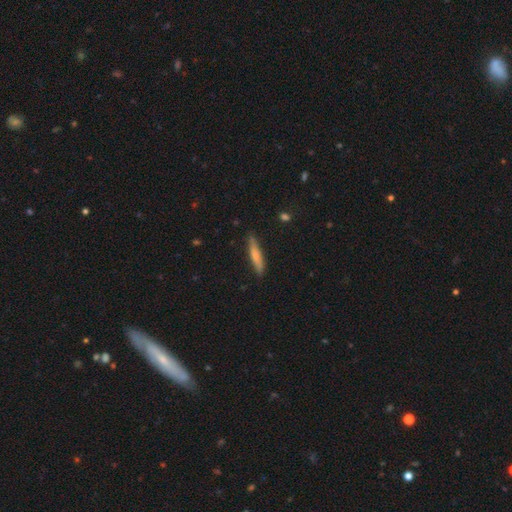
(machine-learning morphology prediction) The model was most divided on "smooth or featured": smooth: 69%, featured or disk: 26%, star or artifact: 6%. More confident: how rounded — cigar-shaped (89%); merging — none (85%).